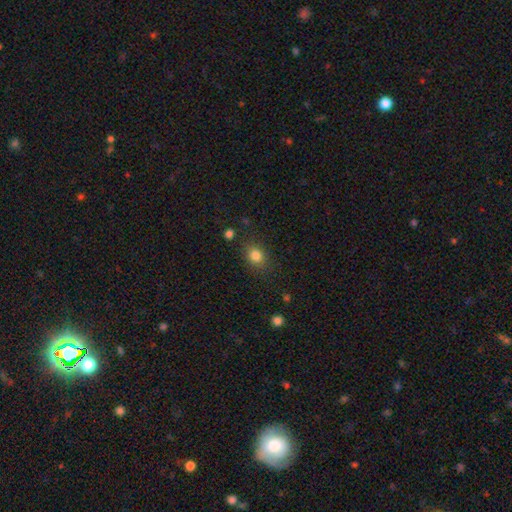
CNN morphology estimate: A smooth galaxy with no disk features (83%) that is round (54%).

Vote fractions:
- Smooth or featured? smooth: 83% / star or artifact: 11% / featured or disk: 6%
- How rounded? round: 54% / in between: 45% / cigar-shaped: 1%
- Merging? none: 83% / minor disturbance: 11% / major disturbance: 4% / merger: 2%